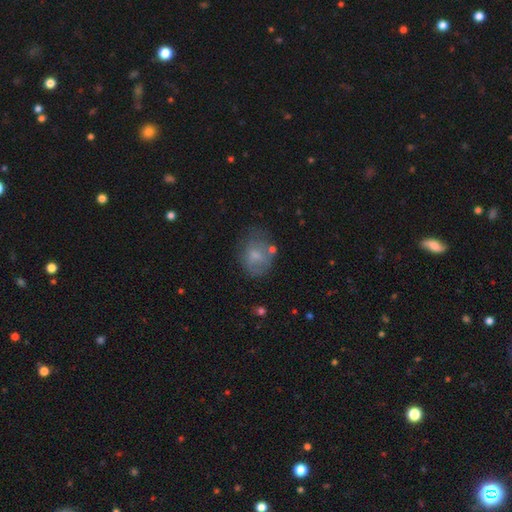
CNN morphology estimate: Overall: smooth (60%; featured or disk 29%). How rounded: in between (58%; round 41%). Merging: none (51%; minor disturbance 27%).